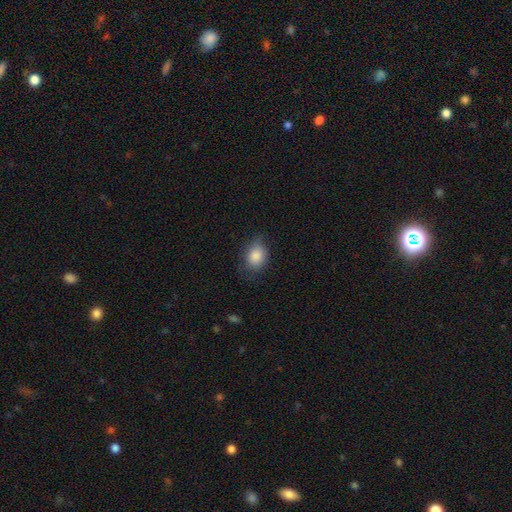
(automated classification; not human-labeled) Smooth or featured: smooth — 84% (star or artifact — 8%)
How rounded: in between — 61% (round — 37%)
Merging: none — 69% (minor disturbance — 24%)